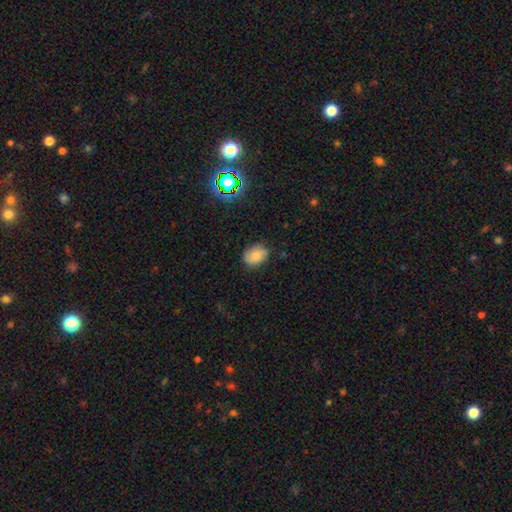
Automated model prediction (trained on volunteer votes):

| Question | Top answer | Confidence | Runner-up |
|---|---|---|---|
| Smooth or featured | smooth | 78% | featured or disk (11%) |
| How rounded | in between | 65% | round (34%) |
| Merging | none | 79% | minor disturbance (16%) |